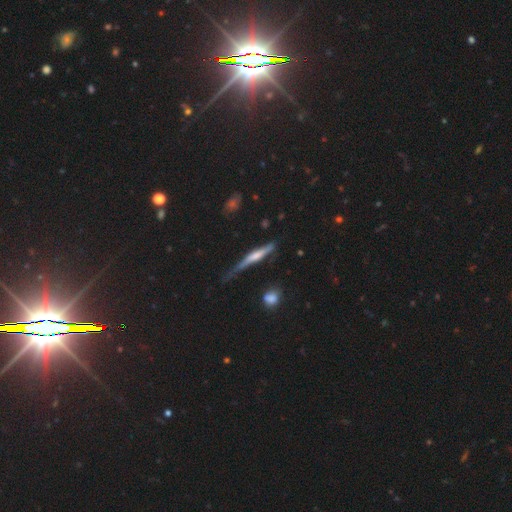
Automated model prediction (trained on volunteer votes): This appears to be a featured or disk galaxy (54%) viewed edge-on (92%). Merging: none (49%).